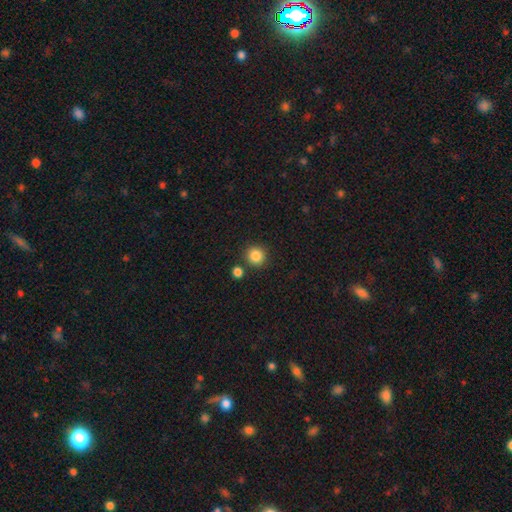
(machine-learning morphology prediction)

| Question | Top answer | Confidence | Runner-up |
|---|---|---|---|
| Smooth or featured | smooth | 85% | star or artifact (11%) |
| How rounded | round | 93% | in between (6%) |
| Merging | none | 84% | merger (7%) |